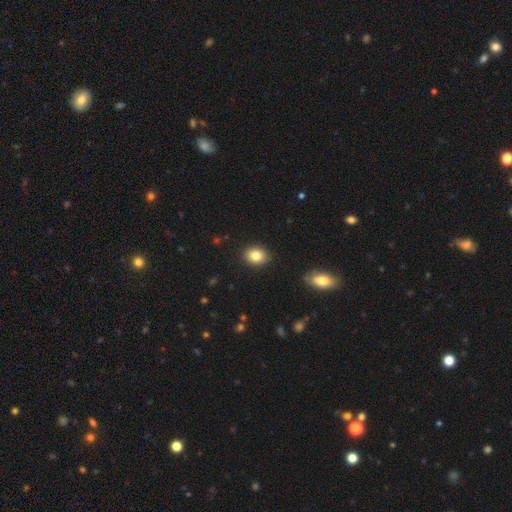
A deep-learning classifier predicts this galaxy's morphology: A smooth galaxy with no disk features (83%) that is in between round and cigar-shaped (51%).

Vote fractions:
- Smooth or featured? smooth: 83% / star or artifact: 9% / featured or disk: 8%
- How rounded? in between: 51% / round: 48% / cigar-shaped: 1%
- Merging? none: 89% / minor disturbance: 8% / major disturbance: 2% / merger: 1%